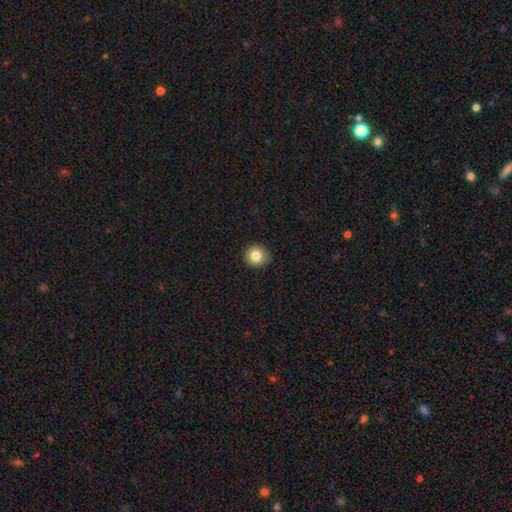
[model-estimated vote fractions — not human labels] This is clearly a smooth galaxy (83%). How rounded: clearly round (90%). Merging: clearly none (89%).